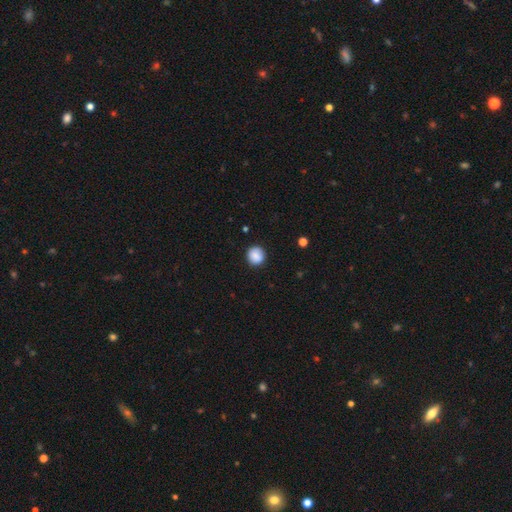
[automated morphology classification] Smooth or featured: smooth — 87% (star or artifact — 8%)
How rounded: round — 90% (in between — 9%)
Merging: none — 87% (minor disturbance — 10%)